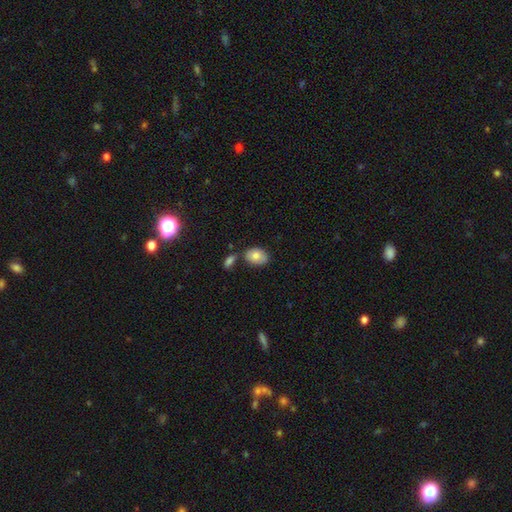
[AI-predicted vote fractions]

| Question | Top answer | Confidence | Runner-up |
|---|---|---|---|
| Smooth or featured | smooth | 81% | featured or disk (11%) |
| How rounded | in between | 84% | round (14%) |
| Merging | none | 64% | minor disturbance (18%) |